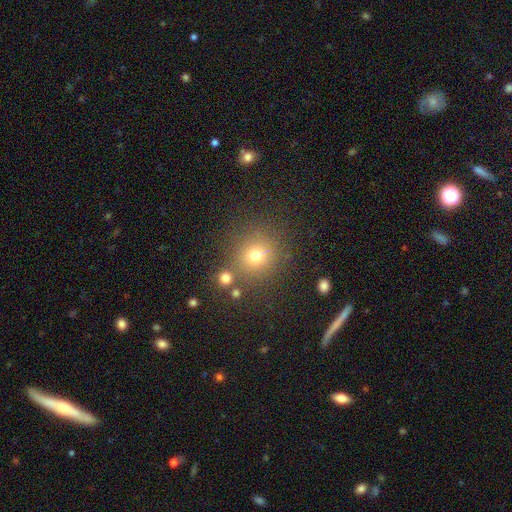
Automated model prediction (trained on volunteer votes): The model was most divided on "smooth or featured": smooth: 71%, star or artifact: 19%, featured or disk: 10%. More confident: how rounded — round (87%); merging — none (78%).